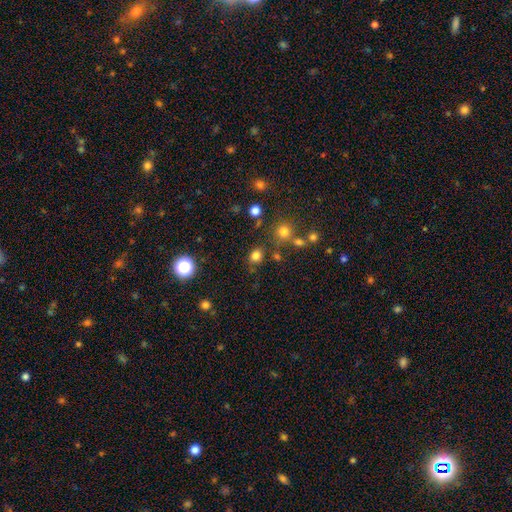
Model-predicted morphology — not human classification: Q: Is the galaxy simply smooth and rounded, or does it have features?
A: smooth — 78%.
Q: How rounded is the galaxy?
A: round — 68%.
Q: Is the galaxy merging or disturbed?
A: none — 79%.